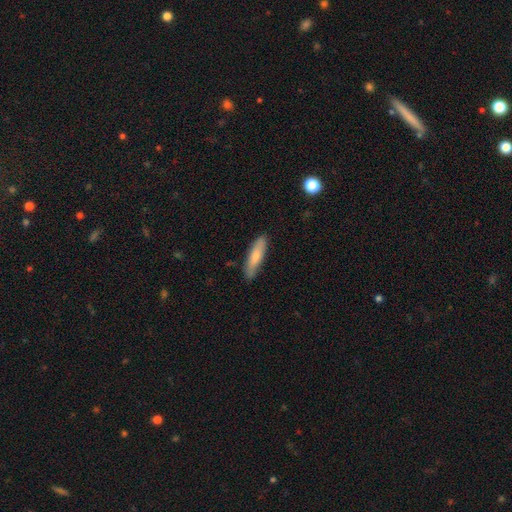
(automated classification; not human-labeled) Overall: smooth (75%). How rounded: cigar-shaped (72%). Merging: none (83%).